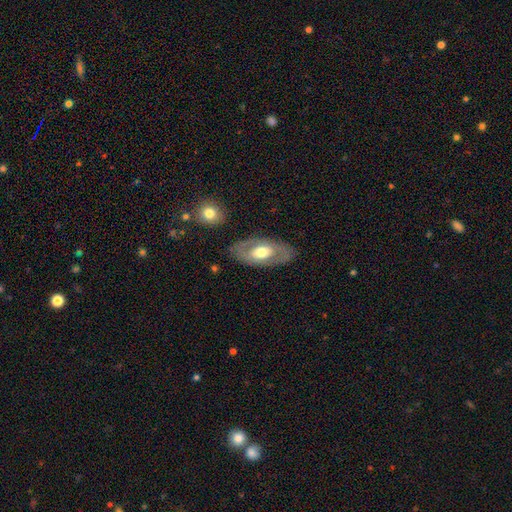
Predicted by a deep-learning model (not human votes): smooth_or_featured: featured or disk (p=0.47) [alt: smooth p=0.38]
merging: none (p=0.76) [alt: minor disturbance p=0.13]